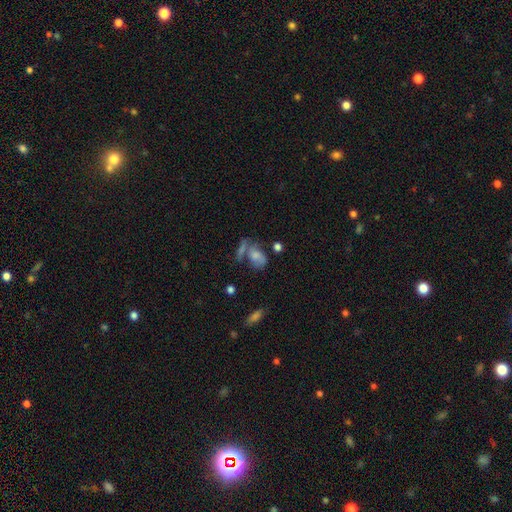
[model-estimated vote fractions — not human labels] Smooth or featured? smooth (63%)
How rounded? in between (79%)
Merging? none (36%)